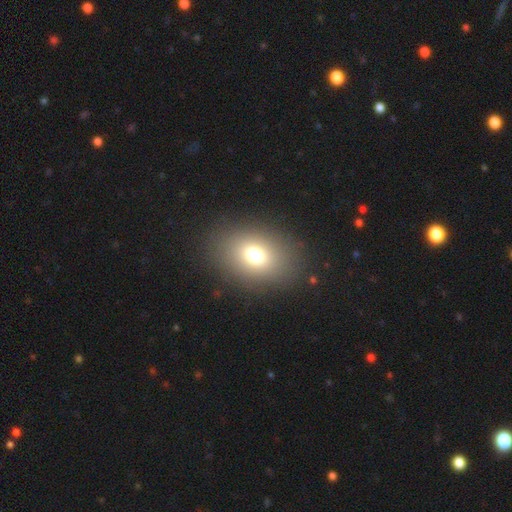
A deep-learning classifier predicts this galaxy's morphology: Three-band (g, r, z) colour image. It shows a smooth galaxy with no disk features (72%) that is in between round and cigar-shaped (73%). Merging: none (87%).